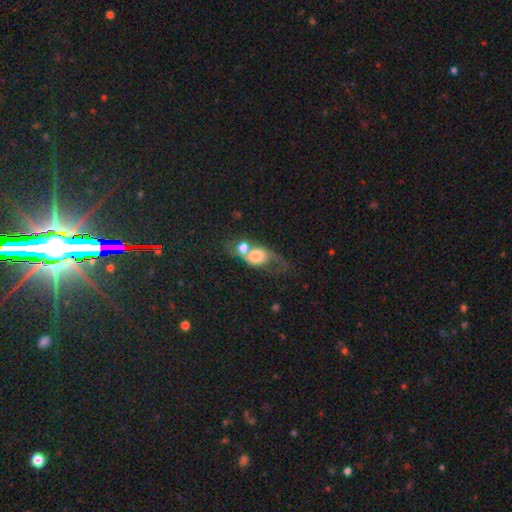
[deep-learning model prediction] A smooth galaxy with no disk features (61%) that is in between round and cigar-shaped (49%). Merging: merger (58%).